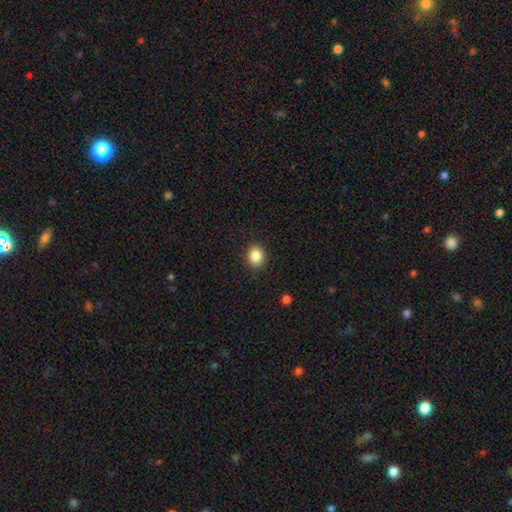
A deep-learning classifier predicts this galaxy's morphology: A smooth galaxy with no disk features (86%) that is round (67%). Merging: none (90%).